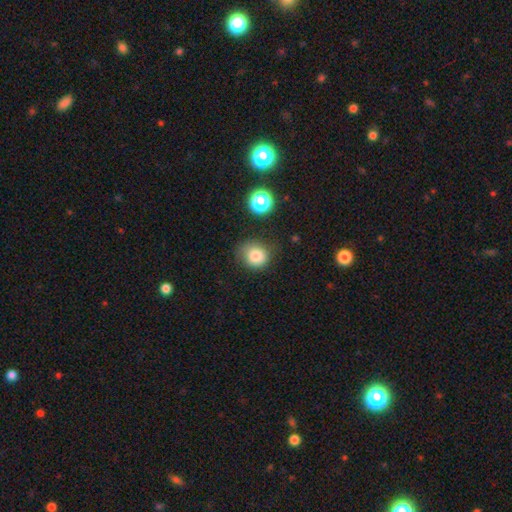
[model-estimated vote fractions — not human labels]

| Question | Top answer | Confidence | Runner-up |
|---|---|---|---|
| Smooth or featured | smooth | 81% | star or artifact (12%) |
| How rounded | round | 77% | in between (22%) |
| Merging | none | 64% | minor disturbance (25%) |